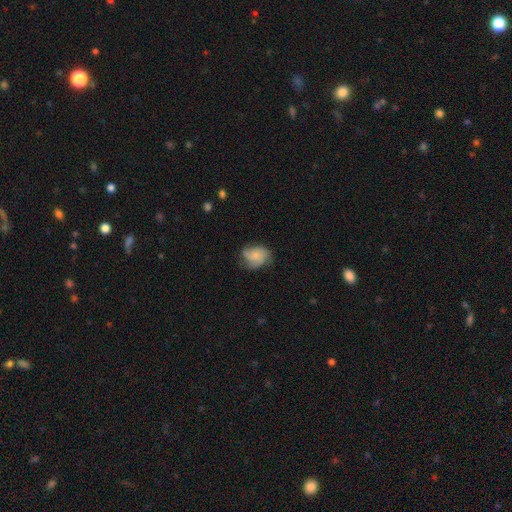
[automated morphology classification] This is possibly a smooth galaxy (47%). Merging: possibly none (58%).